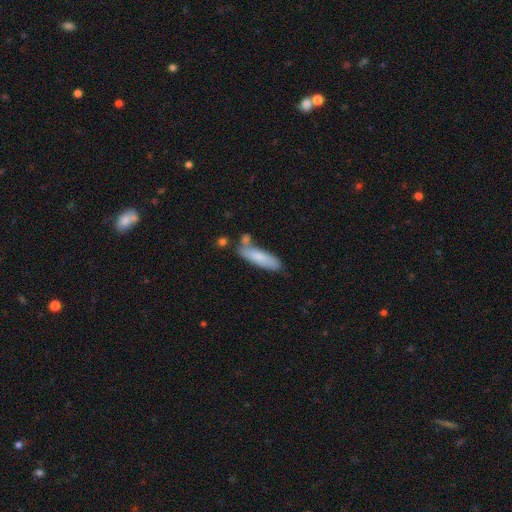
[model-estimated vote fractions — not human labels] This is likely a smooth galaxy (78%). How rounded: likely cigar-shaped (64%). Merging: likely none (62%).